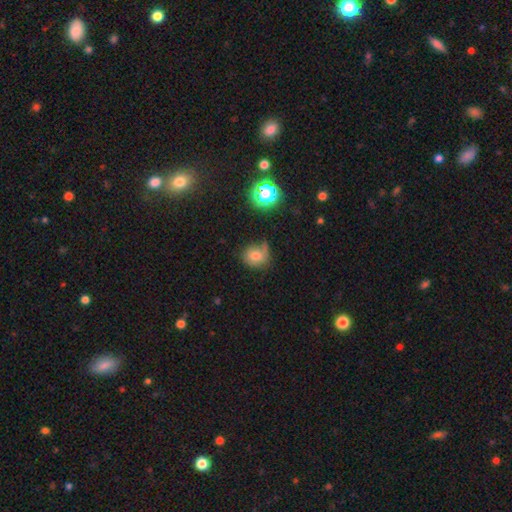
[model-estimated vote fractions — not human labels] This appears to be a smooth galaxy with no disk features (70%) that is round (73%). Merging: none (49%).